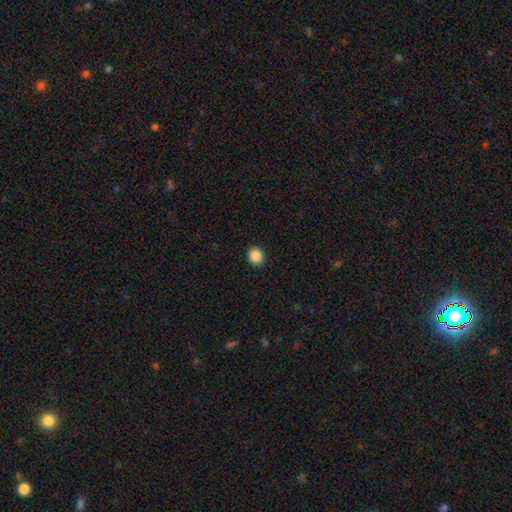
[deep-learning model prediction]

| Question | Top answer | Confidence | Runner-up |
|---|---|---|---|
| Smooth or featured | smooth | 89% | star or artifact (9%) |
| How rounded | round | 68% | in between (31%) |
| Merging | none | 91% | minor disturbance (6%) |